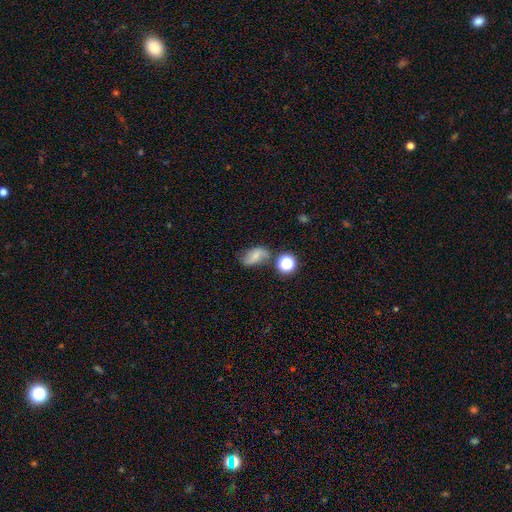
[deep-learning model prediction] smooth-or-featured: smooth: 49% | featured or disk: 37% | star or artifact: 14%
  merging: none: 59% | minor disturbance: 23% | major disturbance: 9% | merger: 9%